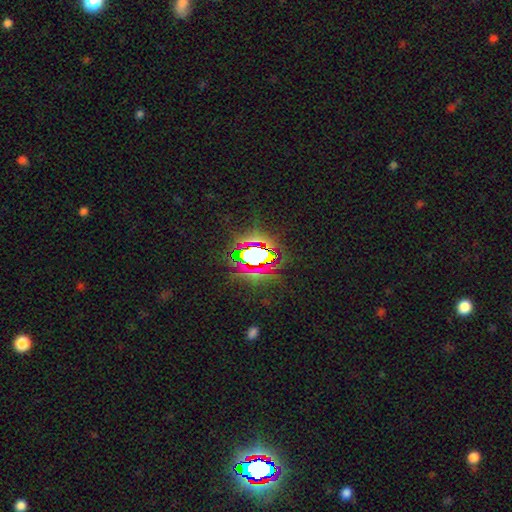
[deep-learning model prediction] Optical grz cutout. It shows a star or artifact, not a galaxy (74%).